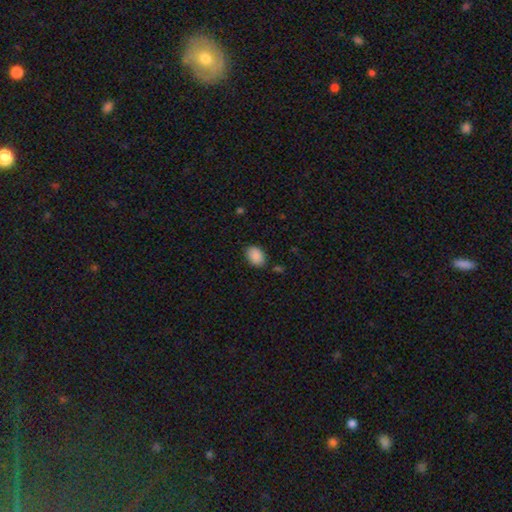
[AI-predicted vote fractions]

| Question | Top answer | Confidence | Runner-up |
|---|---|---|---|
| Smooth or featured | smooth | 89% | star or artifact (7%) |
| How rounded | in between | 82% | round (17%) |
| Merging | none | 84% | minor disturbance (11%) |